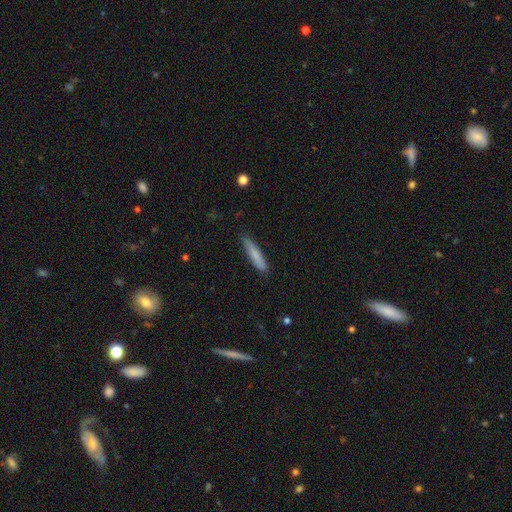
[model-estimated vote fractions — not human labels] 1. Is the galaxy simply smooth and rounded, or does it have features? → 80% smooth, 14% featured or disk, 6% star or artifact.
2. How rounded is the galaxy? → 90% cigar-shaped, 9% in between, 1% round.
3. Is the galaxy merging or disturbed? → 83% none, 13% minor disturbance, 2% major disturbance, 1% merger.